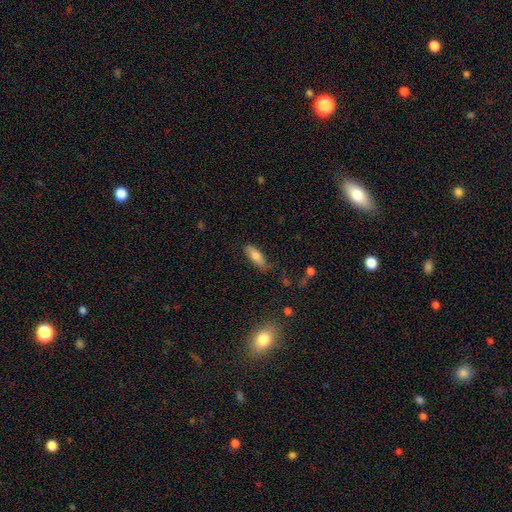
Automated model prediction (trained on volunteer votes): This appears to be a smooth galaxy with no disk features (76%) that is in between round and cigar-shaped (64%). Merging: none (73%).